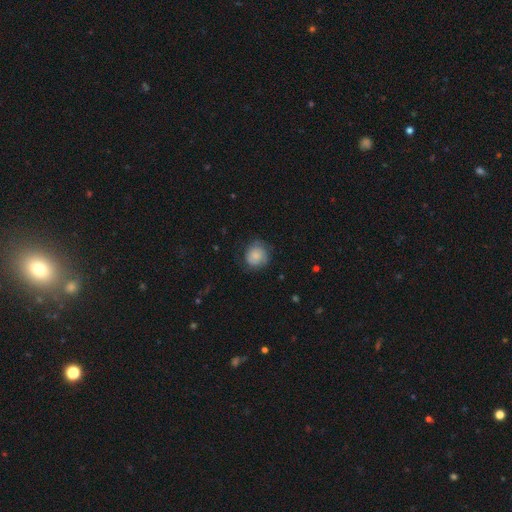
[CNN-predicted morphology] type=smooth (69%); roundness=round (83%); merging=none (69%).